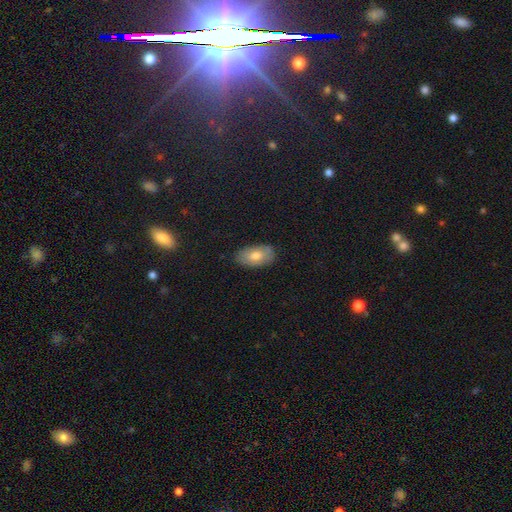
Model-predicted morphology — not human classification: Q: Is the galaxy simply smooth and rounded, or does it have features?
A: smooth — 74%.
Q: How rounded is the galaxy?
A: in between — 93%.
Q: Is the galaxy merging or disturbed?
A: none — 84%.